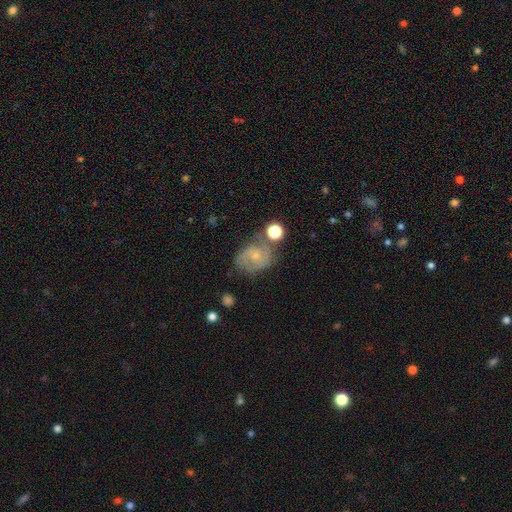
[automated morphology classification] Smooth or featured: featured or disk — 66% (smooth — 24%)
Edge-on disk: no — 98% (yes — 2%)
Bar: no — 68% (weak — 28%)
Spiral arms: yes — 89% (no — 11%)
Spiral winding: medium — 46% (tight — 36%)
Spiral arm count: 2 — 67% (can't tell — 18%)
Bulge size: small — 70% (moderate — 22%)
Merging: none — 55% (minor disturbance — 24%)